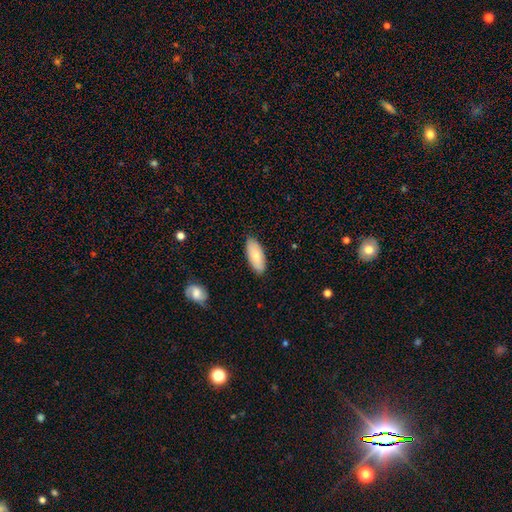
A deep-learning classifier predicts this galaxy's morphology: smooth-or-featured: smooth: 81% | featured or disk: 13% | star or artifact: 6%
  how-rounded: in between: 85% | cigar-shaped: 13% | round: 2%
  merging: none: 86% | minor disturbance: 11% | major disturbance: 2% | merger: 1%